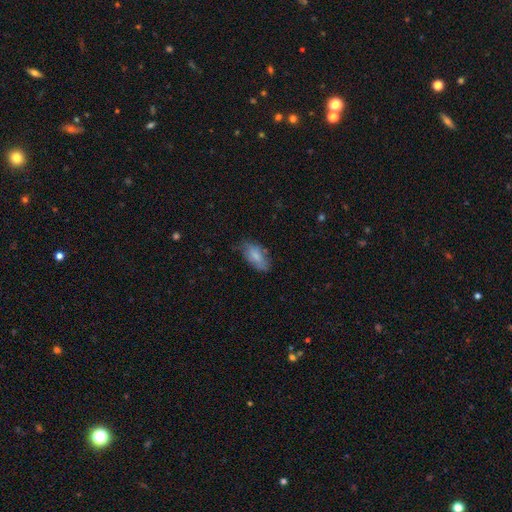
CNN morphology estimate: smooth-or-featured: smooth: 75% | featured or disk: 18% | star or artifact: 7%
  how-rounded: in between: 90% | cigar-shaped: 7% | round: 3%
  merging: none: 61% | minor disturbance: 29% | major disturbance: 8% | merger: 2%